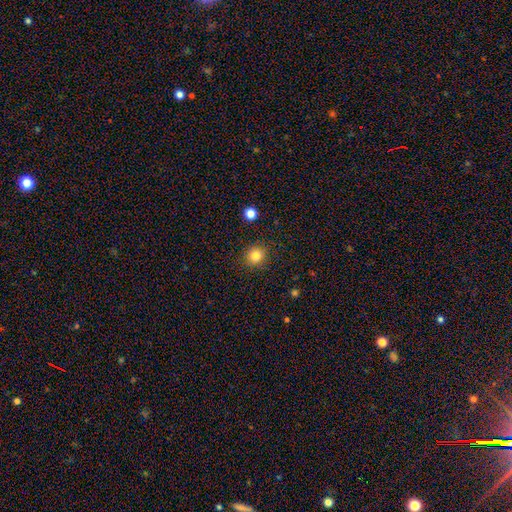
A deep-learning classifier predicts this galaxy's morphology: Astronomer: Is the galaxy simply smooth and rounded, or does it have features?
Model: smooth — 83%.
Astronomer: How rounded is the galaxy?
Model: round — 87%.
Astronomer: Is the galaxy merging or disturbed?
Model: none — 89%.